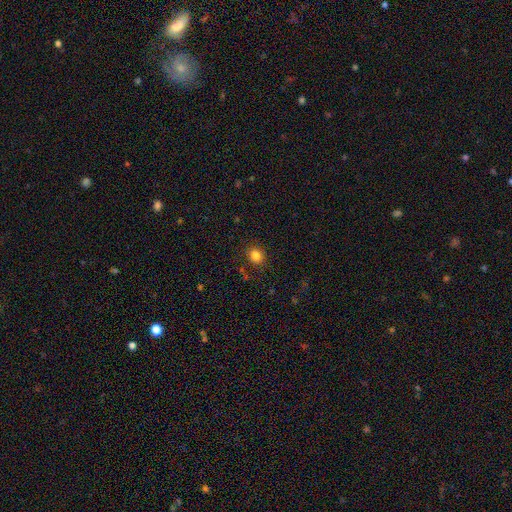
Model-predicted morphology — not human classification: Q: Smooth or featured?
A: smooth (83%); runner-up: star or artifact (12%)
Q: How rounded?
A: round (70%); runner-up: in between (29%)
Q: Merging?
A: none (87%); runner-up: minor disturbance (8%)